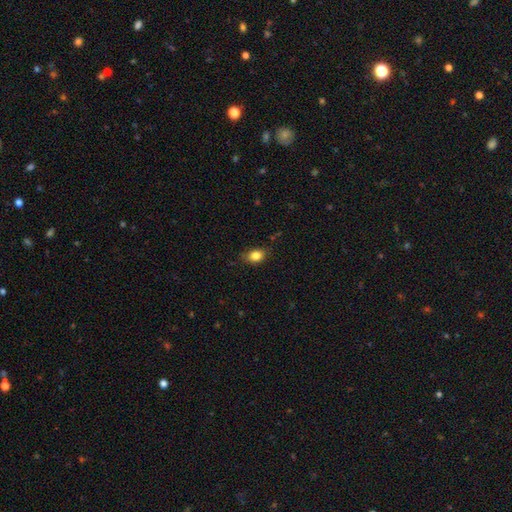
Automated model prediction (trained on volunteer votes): A smooth galaxy with no disk features (83%) that is in between round and cigar-shaped (71%).

Vote fractions:
- Smooth or featured? smooth: 83% / star or artifact: 9% / featured or disk: 7%
- How rounded? in between: 71% / round: 27% / cigar-shaped: 2%
- Merging? none: 76% / minor disturbance: 19% / major disturbance: 4% / merger: 1%